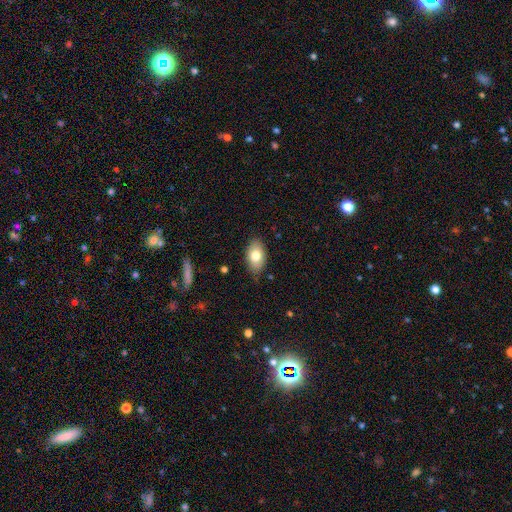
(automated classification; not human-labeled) This appears to be a smooth galaxy with no disk features (77%) that is in between round and cigar-shaped (92%). Merging: none (84%).